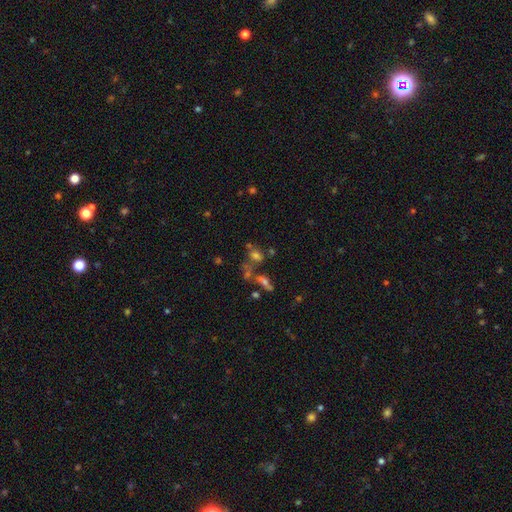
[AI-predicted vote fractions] A smooth galaxy with no disk features (57%) that is in between round and cigar-shaped (69%).

Vote fractions:
- Smooth or featured? smooth: 57% / star or artifact: 22% / featured or disk: 21%
- How rounded? in between: 69% / round: 26% / cigar-shaped: 6%
- Merging? none: 44% / merger: 31% / minor disturbance: 14% / major disturbance: 12%